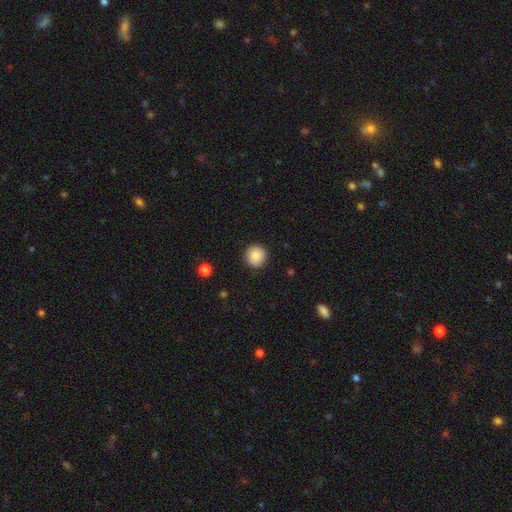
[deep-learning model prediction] This is clearly a smooth galaxy (87%). How rounded: clearly round (92%). Merging: clearly none (90%).